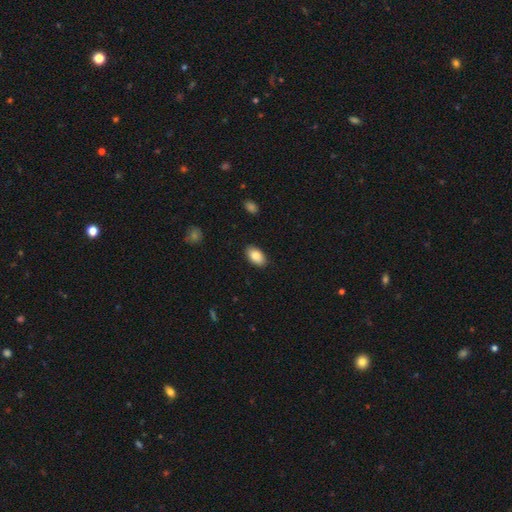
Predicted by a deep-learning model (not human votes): smooth 85%, featured or disk 9%, star or artifact 7%. Down the decision tree: how rounded — in between (93%); merging — none (89%).